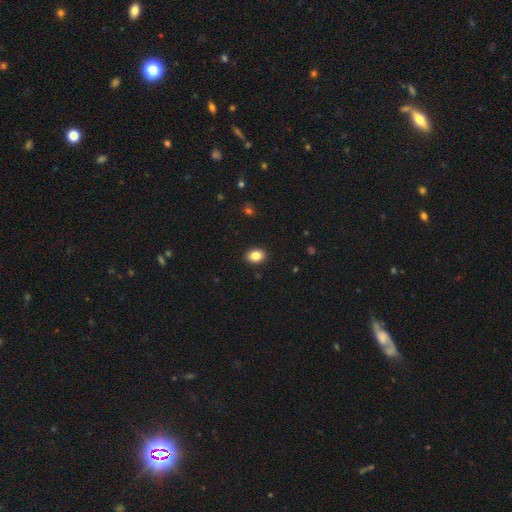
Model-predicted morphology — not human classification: Overall: smooth (85%). How rounded: in between (64%; round 35%). Merging: none (91%).